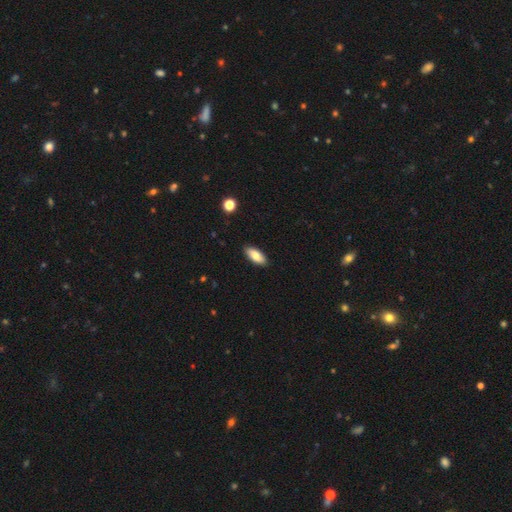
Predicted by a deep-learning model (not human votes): Smooth or featured?
  - smooth: 81% *
  - featured or disk: 12%
  - star or artifact: 6%
How rounded?
  - in between: 86% *
  - cigar-shaped: 12%
  - round: 2%
Merging?
  - none: 89% *
  - minor disturbance: 8%
  - major disturbance: 2%
  - merger: 1%